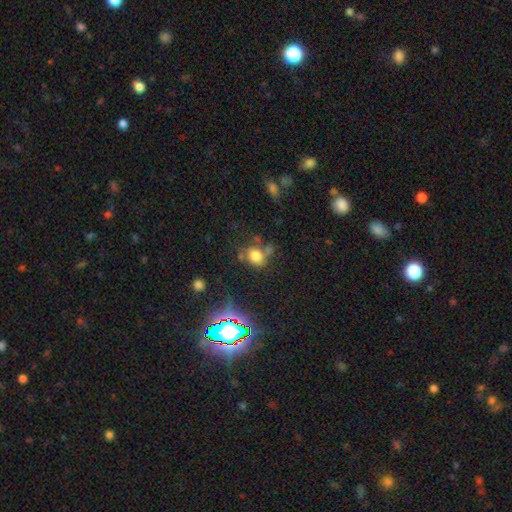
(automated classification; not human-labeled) Smooth or featured: smooth — 66% (star or artifact — 19%)
How rounded: round — 56% (in between — 43%)
Merging: none — 48% (minor disturbance — 22%)